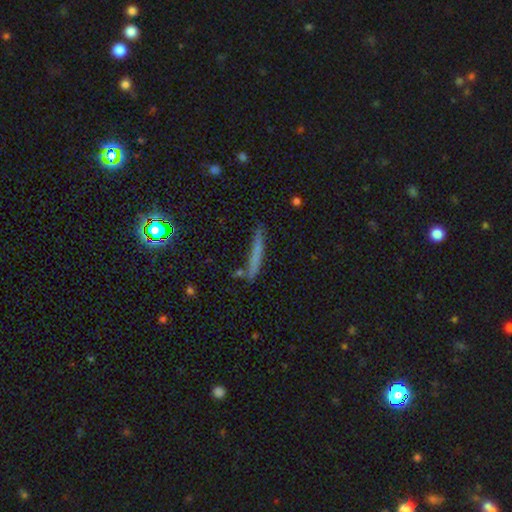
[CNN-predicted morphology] This is likely a smooth galaxy (61%). How rounded: clearly cigar-shaped (94%). Merging: likely none (78%).